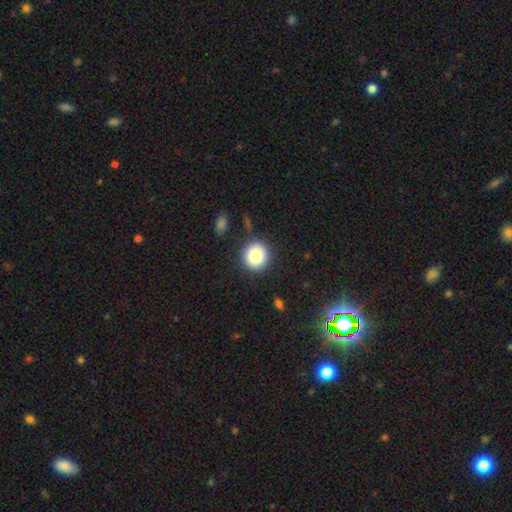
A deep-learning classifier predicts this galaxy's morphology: Overall: smooth (85%). How rounded: round (92%). Merging: none (87%).